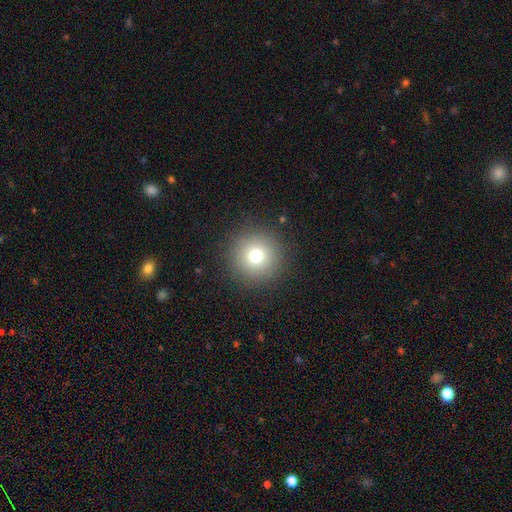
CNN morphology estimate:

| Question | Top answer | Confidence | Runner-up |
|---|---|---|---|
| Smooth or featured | smooth | 74% | star or artifact (15%) |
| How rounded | round | 96% | in between (3%) |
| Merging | none | 91% | minor disturbance (5%) |